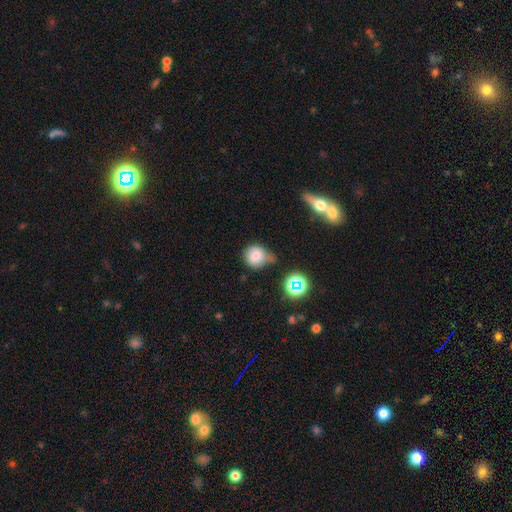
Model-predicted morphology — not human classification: Overall: smooth (75%). How rounded: round (84%). Merging: none (45%; minor disturbance 31%).